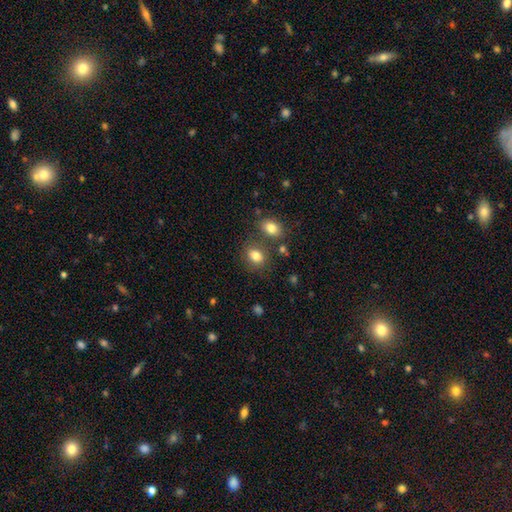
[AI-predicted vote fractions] Smooth or featured: smooth — 83% (star or artifact — 10%)
How rounded: in between — 69% (round — 29%)
Merging: none — 70% (merger — 14%)